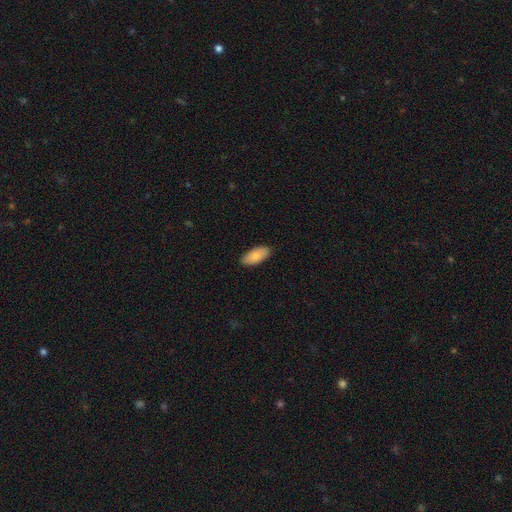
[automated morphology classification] smooth_or_featured: smooth (p=0.84) [alt: featured or disk p=0.10]
how_rounded: in between (p=0.90) [alt: cigar-shaped p=0.08]
merging: none (p=0.89) [alt: minor disturbance p=0.09]